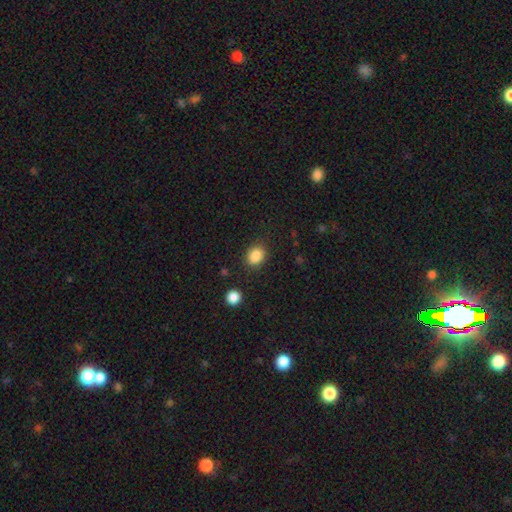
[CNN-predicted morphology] smooth-or-featured: smooth: 86% | star or artifact: 10% | featured or disk: 4%
  how-rounded: in between: 57% | round: 42% | cigar-shaped: 1%
  merging: none: 82% | minor disturbance: 12% | major disturbance: 4% | merger: 2%